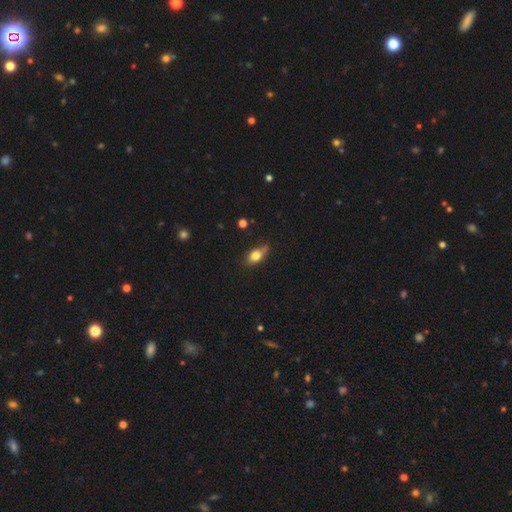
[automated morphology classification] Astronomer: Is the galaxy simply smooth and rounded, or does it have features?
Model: smooth — 70%.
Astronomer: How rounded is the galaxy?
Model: in between — 74%.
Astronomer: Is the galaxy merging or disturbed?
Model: none — 64%.